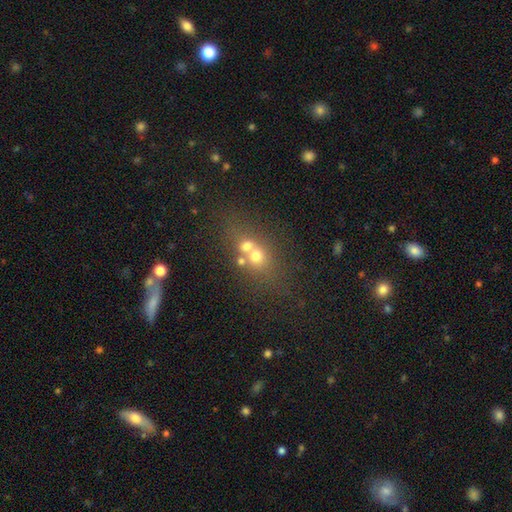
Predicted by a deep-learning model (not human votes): Overall: smooth (58%; featured or disk 24%). How rounded: round (67%; in between 30%). Merging: merger (57%; none 32%).